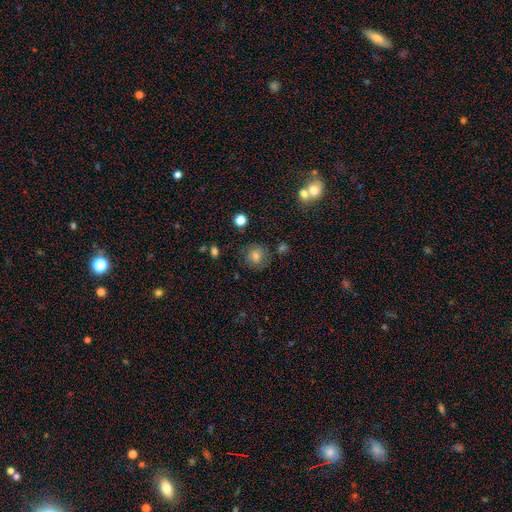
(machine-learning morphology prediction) A smooth galaxy with no disk features (56%) that is round (86%).

Vote fractions:
- Smooth or featured? smooth: 56% / featured or disk: 27% / star or artifact: 17%
- How rounded? round: 86% / in between: 13% / cigar-shaped: 1%
- Merging? none: 77% / minor disturbance: 14% / major disturbance: 6% / merger: 3%